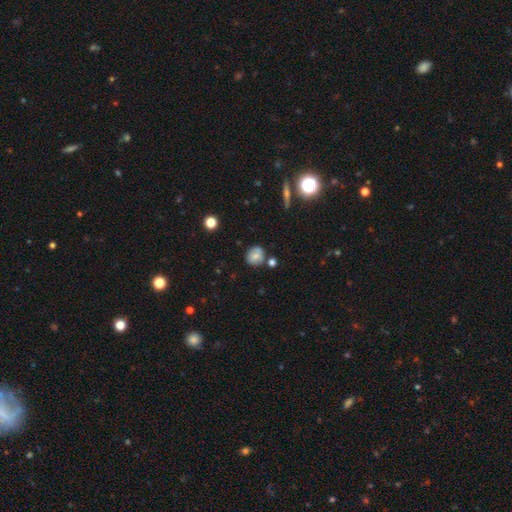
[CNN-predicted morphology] This appears to be a smooth galaxy with no disk features (70%) that is round (76%). Merging: none (74%).